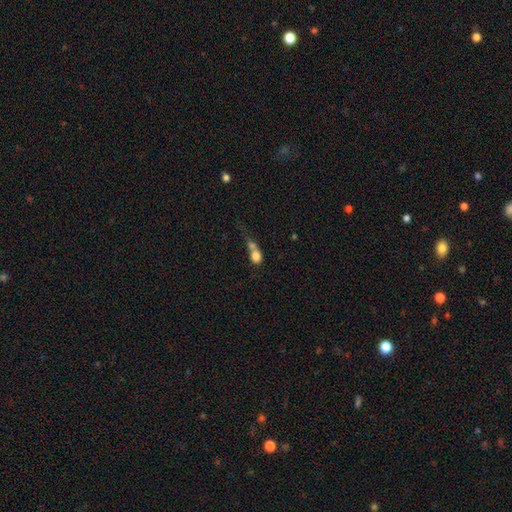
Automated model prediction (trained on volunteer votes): The model was most divided on "how rounded": round: 53%, in between: 43%, cigar-shaped: 4%. More confident: smooth or featured — smooth (74%); merging — merger (60%).